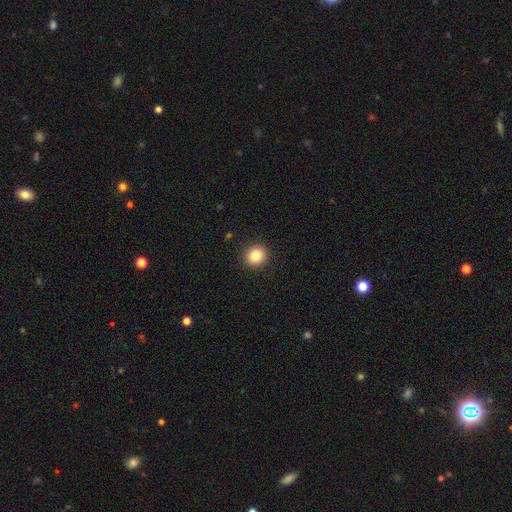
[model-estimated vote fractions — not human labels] Smooth or featured: smooth — 84% (star or artifact — 10%)
How rounded: round — 88% (in between — 11%)
Merging: none — 92% (minor disturbance — 5%)